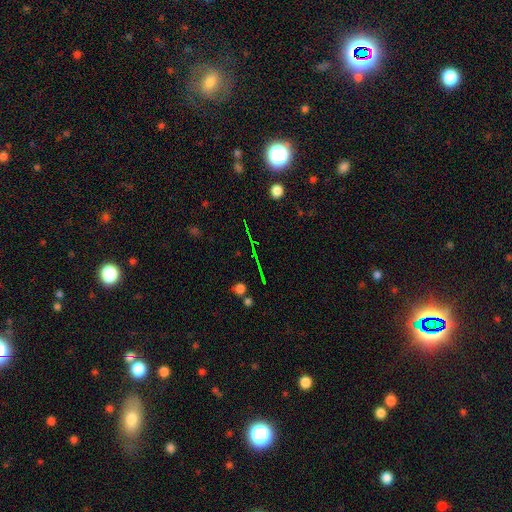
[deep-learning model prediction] smooth_or_featured: star or artifact (p=0.63) [alt: featured or disk p=0.19]